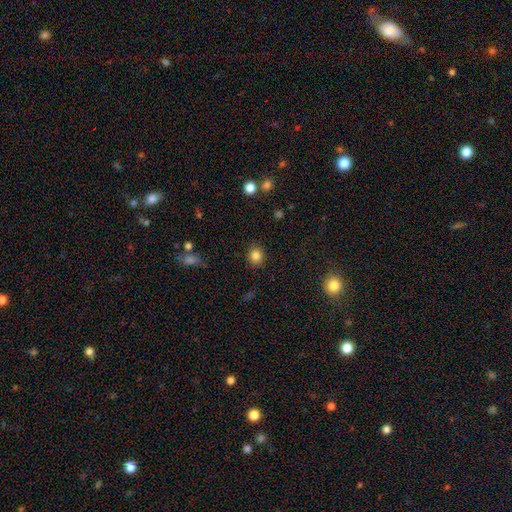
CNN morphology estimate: smooth 84%, star or artifact 11%, featured or disk 5%. Down the decision tree: how rounded — round (82%); merging — none (89%).